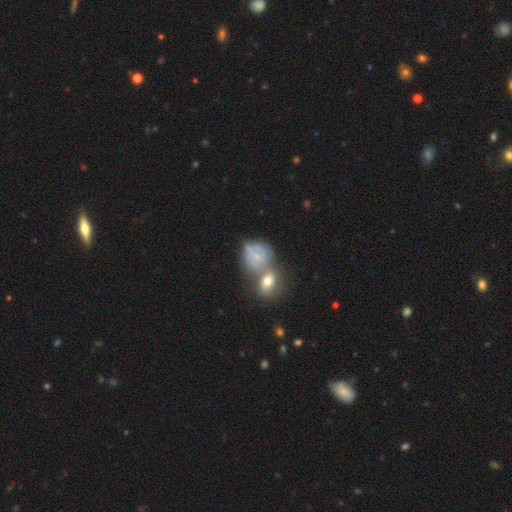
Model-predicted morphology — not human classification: The model was most divided on "smooth or featured": smooth: 47%, featured or disk: 44%, star or artifact: 9%. More confident: merging — merger (51%).